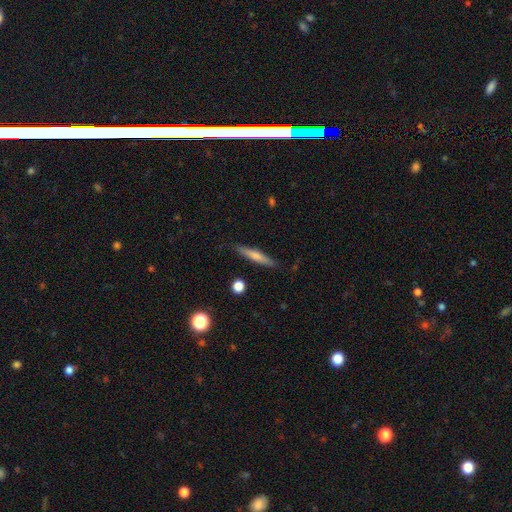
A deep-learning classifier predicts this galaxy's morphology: smooth 65%, featured or disk 29%, star or artifact 6%. Down the decision tree: how rounded — cigar-shaped (91%); merging — none (87%).